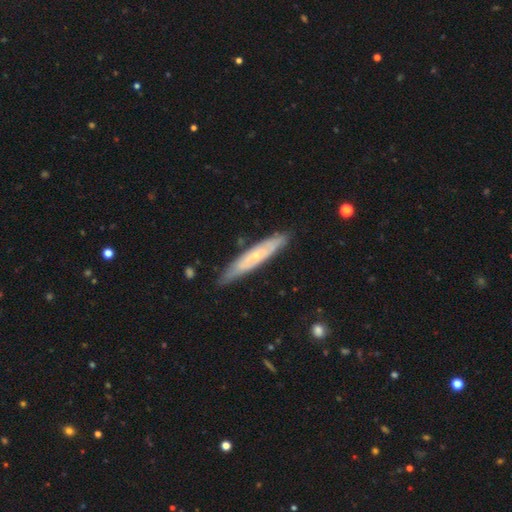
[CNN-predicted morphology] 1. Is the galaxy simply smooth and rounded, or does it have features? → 60% featured or disk, 34% smooth, 6% star or artifact.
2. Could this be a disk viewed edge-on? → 64% yes, 36% no.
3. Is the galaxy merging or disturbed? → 81% none, 15% minor disturbance, 2% major disturbance, 2% merger.